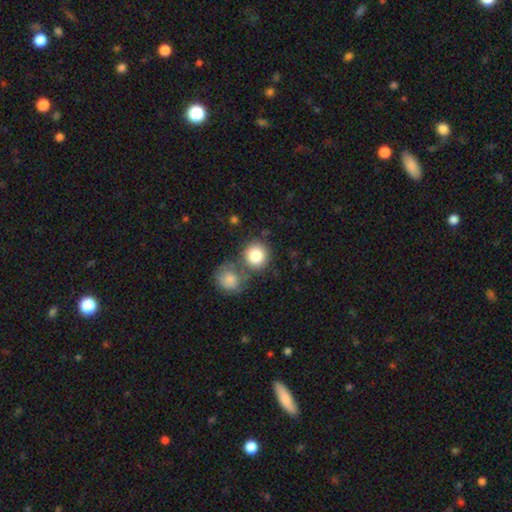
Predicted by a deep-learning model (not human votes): smooth 84%, featured or disk 8%, star or artifact 8%. Down the decision tree: how rounded — round (88%); merging — none (61%).